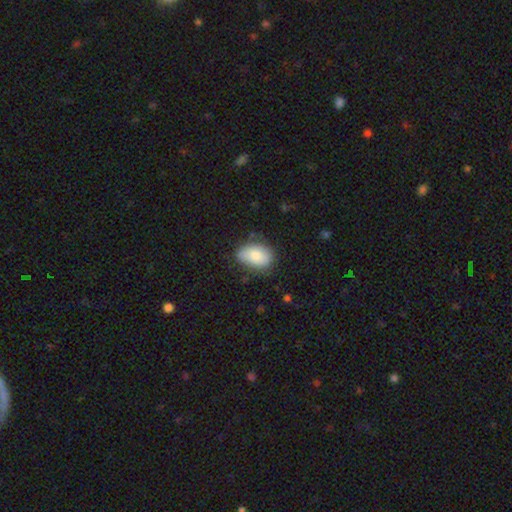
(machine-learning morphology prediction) The model was most divided on "merging": none: 71%, minor disturbance: 22%, major disturbance: 5%, merger: 2%. More confident: how rounded — in between (86%); smooth or featured — smooth (81%).